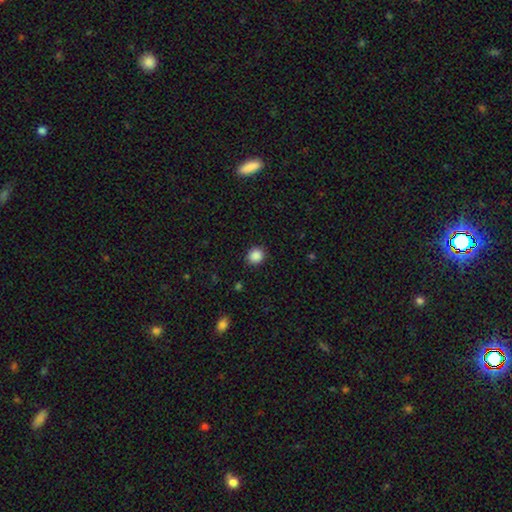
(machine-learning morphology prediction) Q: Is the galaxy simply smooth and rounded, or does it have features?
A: smooth — 87%.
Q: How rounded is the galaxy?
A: round — 82%.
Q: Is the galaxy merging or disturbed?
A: none — 88%.